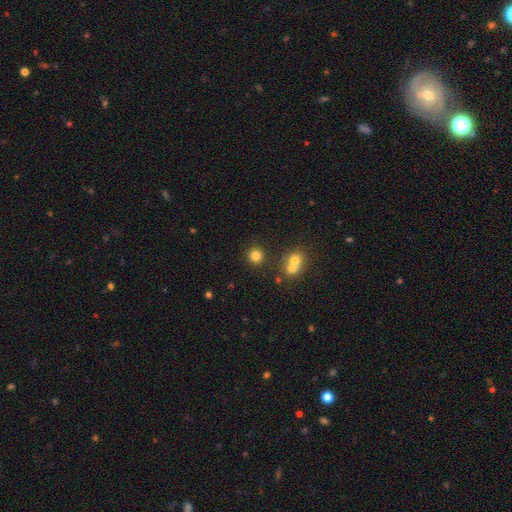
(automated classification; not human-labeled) A smooth galaxy with no disk features (79%) that is round (92%). Merging: none (80%).